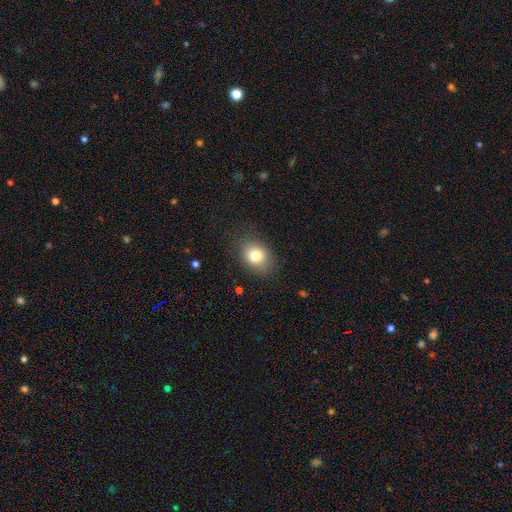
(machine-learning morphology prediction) Smooth or featured? smooth (80%)
How rounded? in between (55%)
Merging? none (81%)